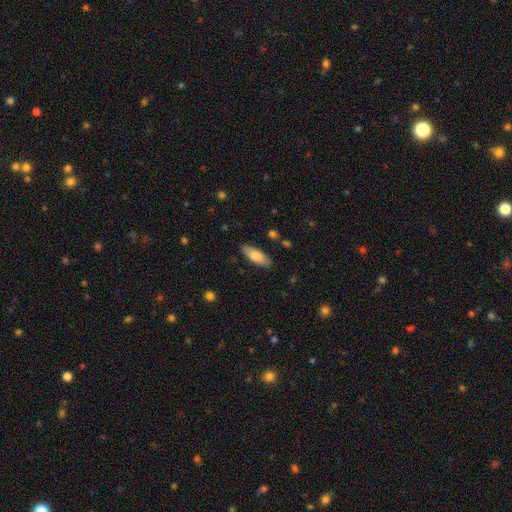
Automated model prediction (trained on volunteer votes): Smooth or featured: smooth — 76% (featured or disk — 18%)
How rounded: in between — 71% (cigar-shaped — 27%)
Merging: none — 85% (minor disturbance — 11%)